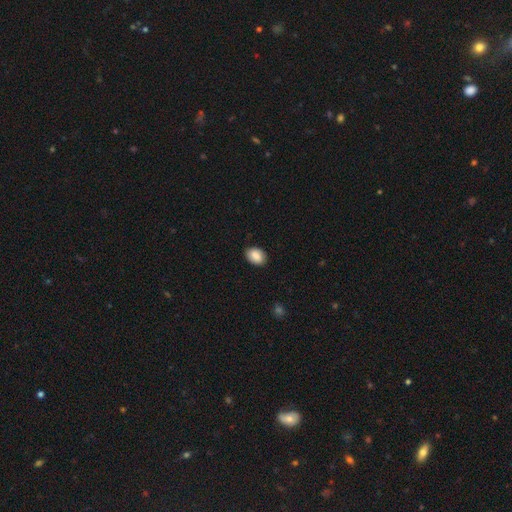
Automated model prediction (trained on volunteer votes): smooth-or-featured: smooth: 88% | star or artifact: 7% | featured or disk: 5%
  how-rounded: in between: 77% | round: 22% | cigar-shaped: 1%
  merging: none: 87% | minor disturbance: 10% | major disturbance: 2% | merger: 1%